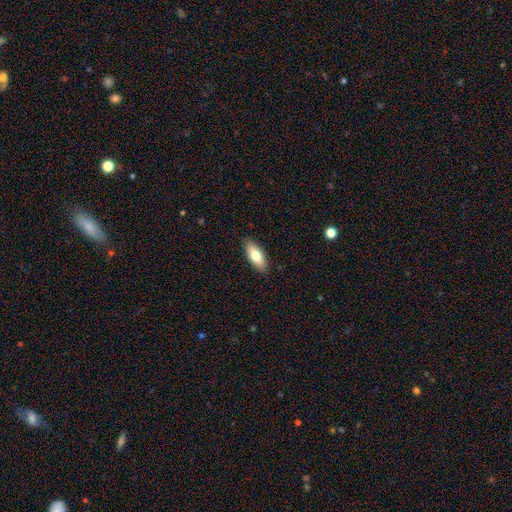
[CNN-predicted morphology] A smooth galaxy with no disk features (74%) that is in between round and cigar-shaped (81%). Merging: none (87%).